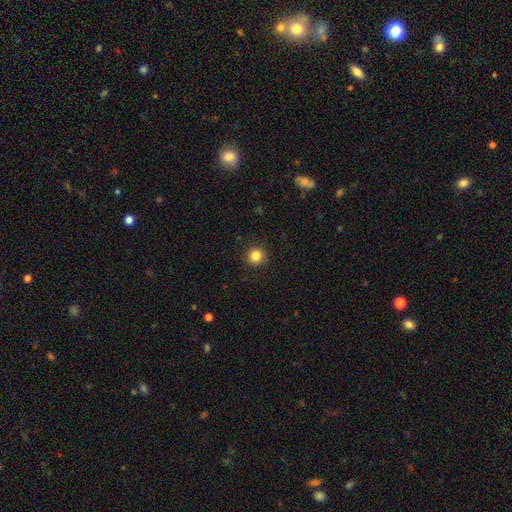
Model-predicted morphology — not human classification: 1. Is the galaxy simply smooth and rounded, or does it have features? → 84% smooth, 11% star or artifact, 5% featured or disk.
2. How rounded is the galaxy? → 95% round, 4% in between, 1% cigar-shaped.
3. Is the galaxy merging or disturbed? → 92% none, 5% minor disturbance, 2% major disturbance, 1% merger.